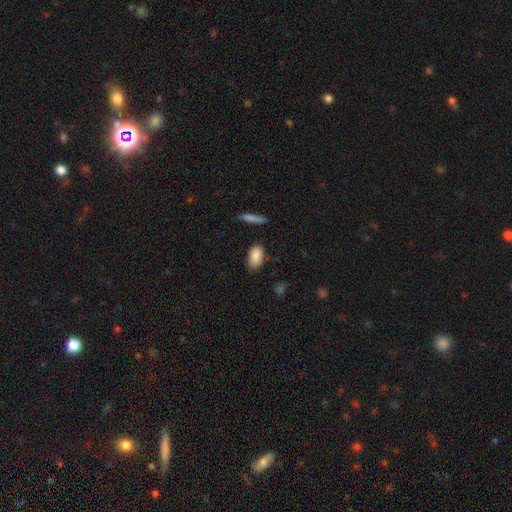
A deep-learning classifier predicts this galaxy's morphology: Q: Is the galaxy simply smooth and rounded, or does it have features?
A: smooth — 88%.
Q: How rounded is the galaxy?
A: in between — 92%.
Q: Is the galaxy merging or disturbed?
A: none — 78%.